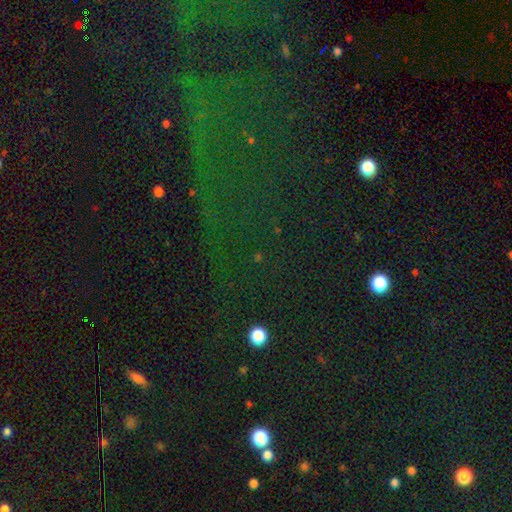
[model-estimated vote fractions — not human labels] This is likely a star or artifact rather than a galaxy (78%).